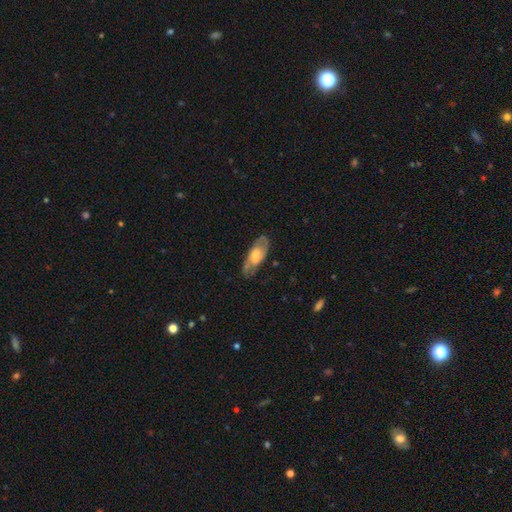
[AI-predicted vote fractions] Smooth or featured? Predicted: featured or disk (p=0.58). Edge-on disk? Predicted: no (p=0.84). Merging? Predicted: none (p=0.72).